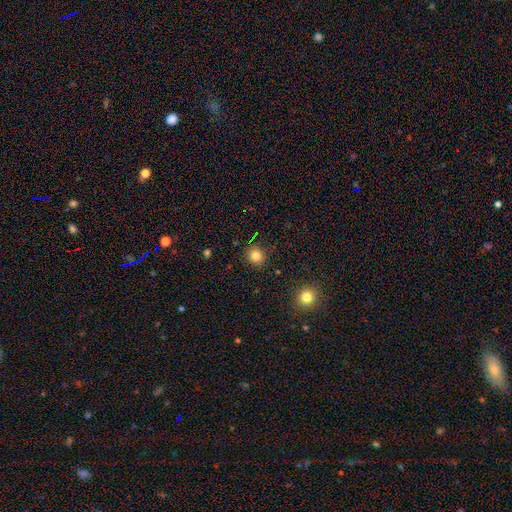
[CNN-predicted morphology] This is clearly a smooth galaxy (82%). How rounded: clearly round (86%). Merging: clearly none (88%).